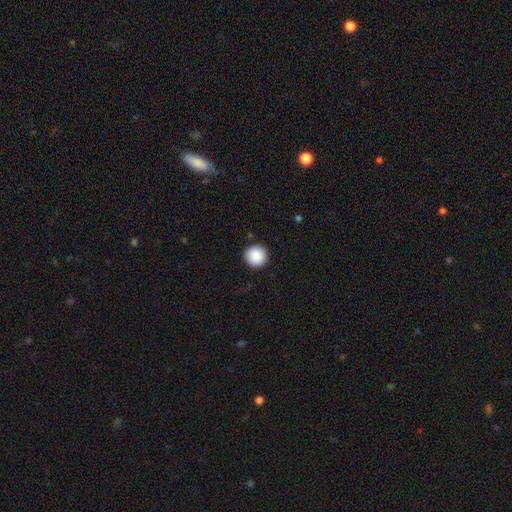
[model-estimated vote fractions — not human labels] Morphology: type=smooth (89%); roundness=round (96%); merging=none (92%).